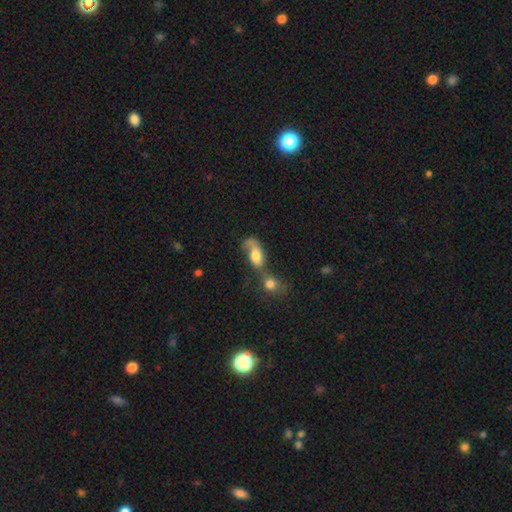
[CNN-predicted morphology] type=smooth (56%); roundness=in between (79%); merging=merger (57%).